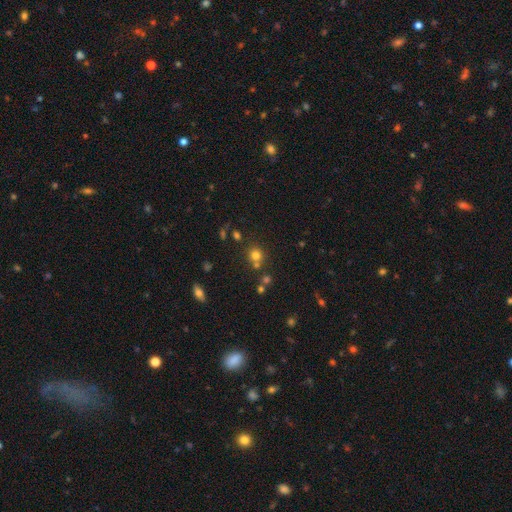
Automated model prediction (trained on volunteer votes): Smooth or featured: smooth — 71% (star or artifact — 20%)
How rounded: round — 88% (in between — 11%)
Merging: none — 69% (merger — 20%)